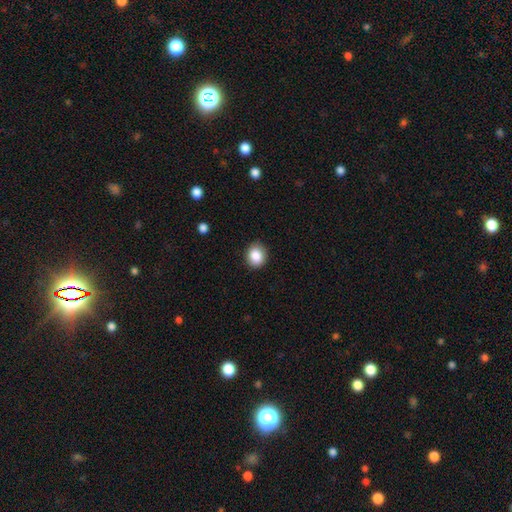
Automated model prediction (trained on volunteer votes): smooth_or_featured: smooth (p=0.87) [alt: star or artifact p=0.09]
how_rounded: round (p=0.68) [alt: in between p=0.31]
merging: none (p=0.88) [alt: minor disturbance p=0.09]